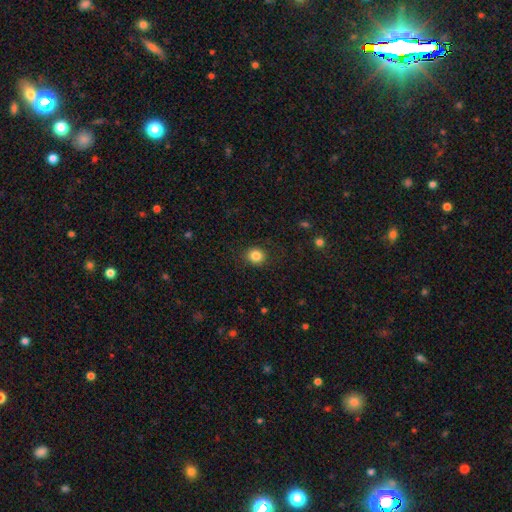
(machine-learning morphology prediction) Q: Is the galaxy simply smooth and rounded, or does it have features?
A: smooth — 85%.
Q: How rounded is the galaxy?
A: round — 79%.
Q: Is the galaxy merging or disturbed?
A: none — 88%.